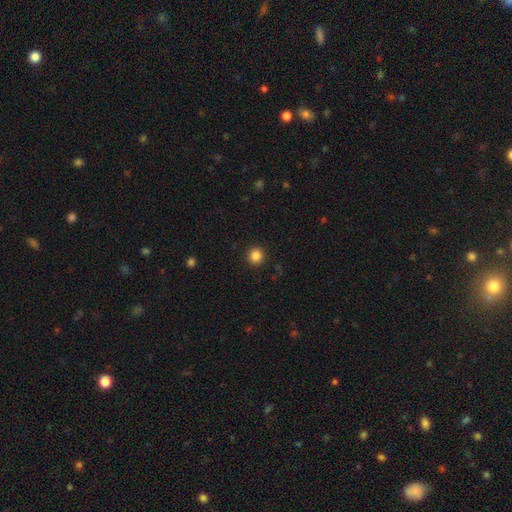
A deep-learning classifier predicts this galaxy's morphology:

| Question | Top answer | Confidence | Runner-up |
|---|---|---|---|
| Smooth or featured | smooth | 85% | star or artifact (11%) |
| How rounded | round | 94% | in between (5%) |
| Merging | none | 93% | minor disturbance (5%) |